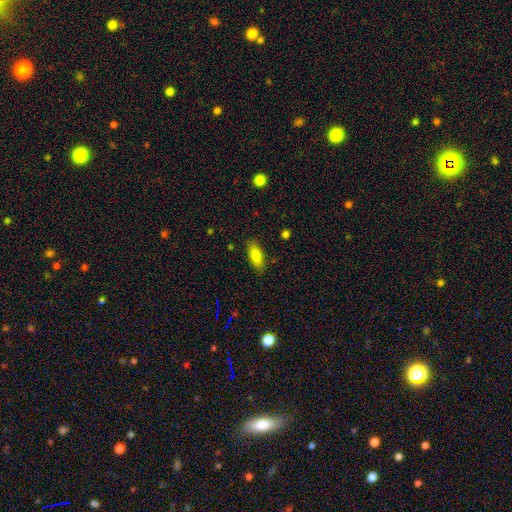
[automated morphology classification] Smooth or featured? smooth (85%)
How rounded? in between (81%)
Merging? none (85%)